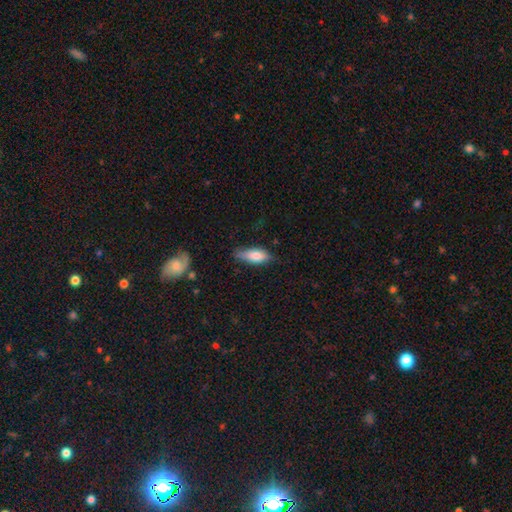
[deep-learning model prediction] Smooth or featured: smooth — 73% (featured or disk — 20%)
How rounded: in between — 69% (cigar-shaped — 29%)
Merging: none — 67% (minor disturbance — 26%)